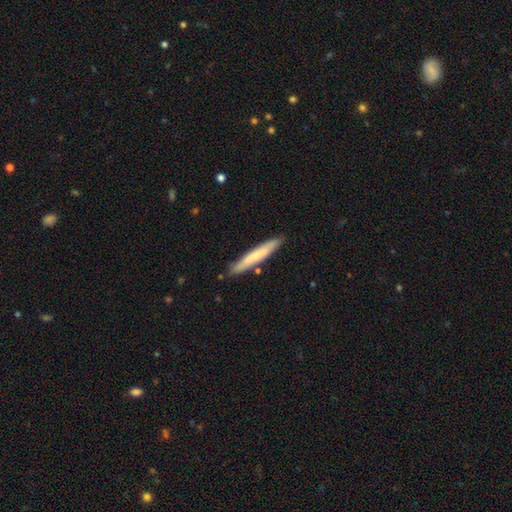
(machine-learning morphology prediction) type=smooth (56%); roundness=cigar-shaped (94%); merging=none (87%).